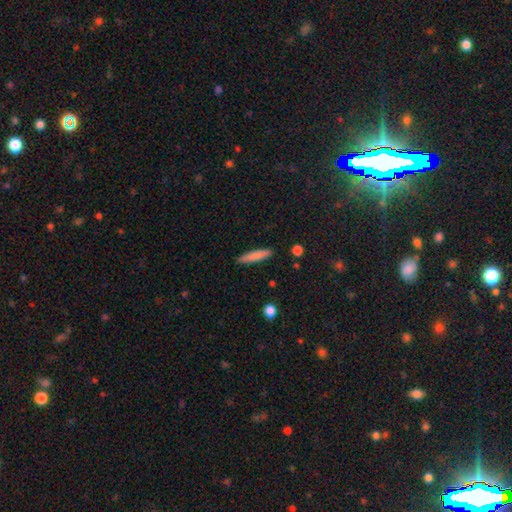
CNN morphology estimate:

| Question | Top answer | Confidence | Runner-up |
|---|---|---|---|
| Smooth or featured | smooth | 80% | featured or disk (14%) |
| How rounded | cigar-shaped | 86% | in between (12%) |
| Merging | none | 89% | minor disturbance (8%) |